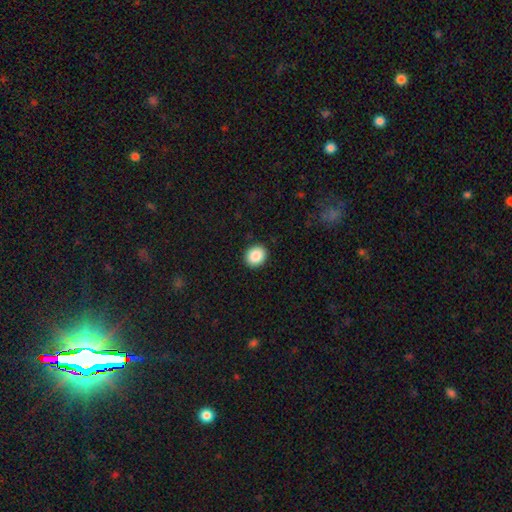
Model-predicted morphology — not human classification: smooth 88%, star or artifact 8%, featured or disk 4%. Down the decision tree: how rounded — round (69%); merging — none (92%).